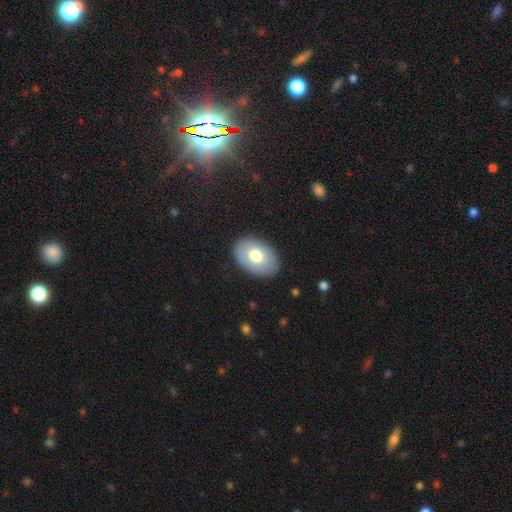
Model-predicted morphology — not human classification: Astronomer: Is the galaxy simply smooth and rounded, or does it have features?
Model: smooth — 70%.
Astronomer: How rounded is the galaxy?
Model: in between — 85%.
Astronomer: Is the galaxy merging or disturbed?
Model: none — 87%.